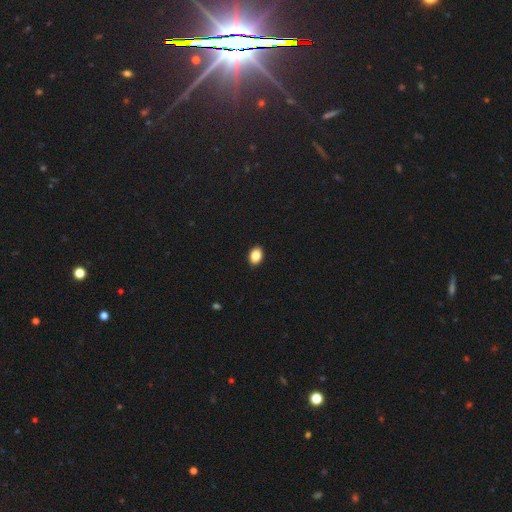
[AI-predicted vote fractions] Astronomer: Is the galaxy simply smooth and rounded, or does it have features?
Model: smooth — 87%.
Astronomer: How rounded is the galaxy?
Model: in between — 77%.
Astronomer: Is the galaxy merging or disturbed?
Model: none — 91%.